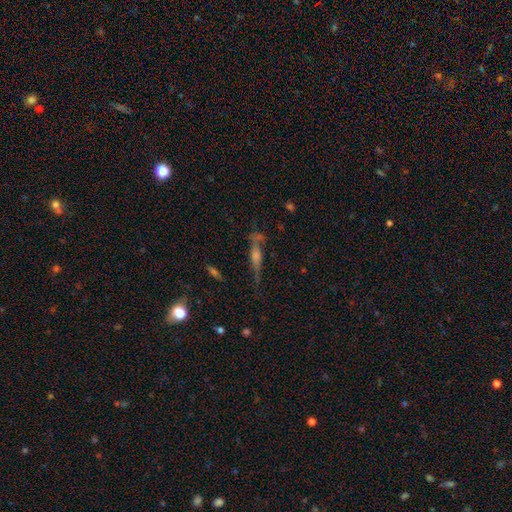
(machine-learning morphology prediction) This is possibly a featured or disk galaxy (56%). It is clearly viewed edge-on (84%). Merging: likely none (62%).